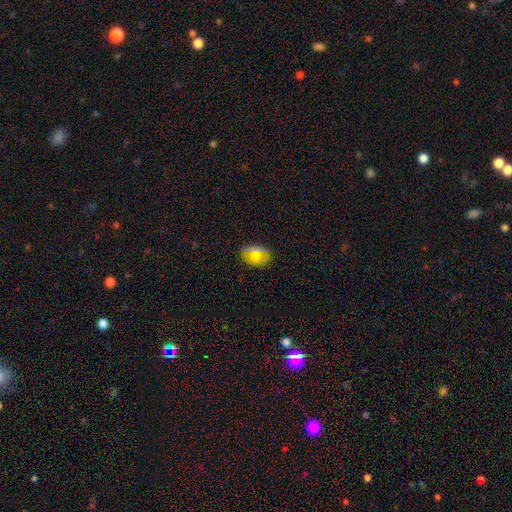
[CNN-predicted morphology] A smooth galaxy with no disk features (65%) that is in between round and cigar-shaped (78%).

Vote fractions:
- Smooth or featured? smooth: 65% / star or artifact: 18% / featured or disk: 16%
- How rounded? in between: 78% / round: 19% / cigar-shaped: 3%
- Merging? none: 74% / minor disturbance: 16% / major disturbance: 5% / merger: 4%